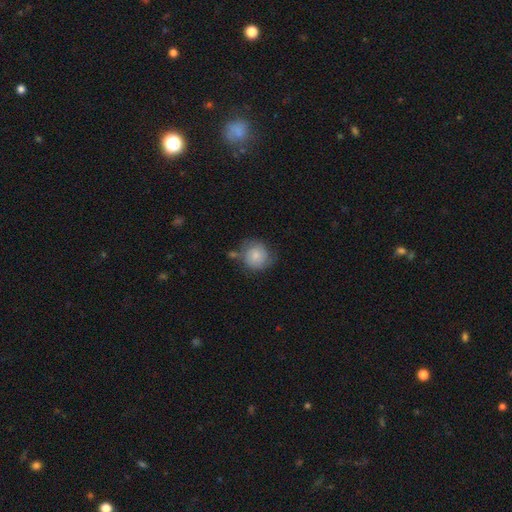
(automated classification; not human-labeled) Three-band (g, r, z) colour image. It shows a smooth galaxy with no disk features (72%) that is round (88%). Merging: none (61%).